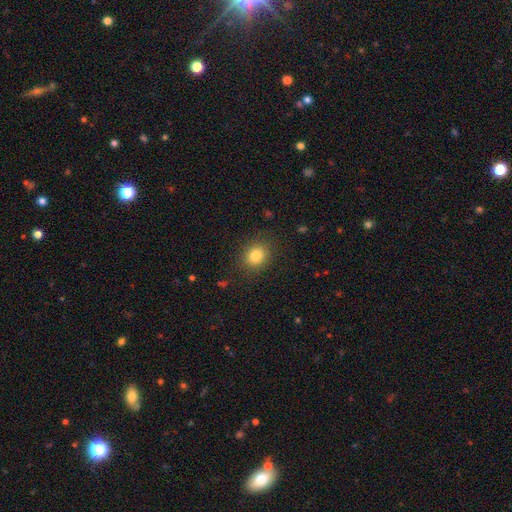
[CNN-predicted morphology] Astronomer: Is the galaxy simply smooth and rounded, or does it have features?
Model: smooth — 82%.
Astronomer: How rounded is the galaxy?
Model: round — 68%.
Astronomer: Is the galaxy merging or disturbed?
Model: none — 87%.